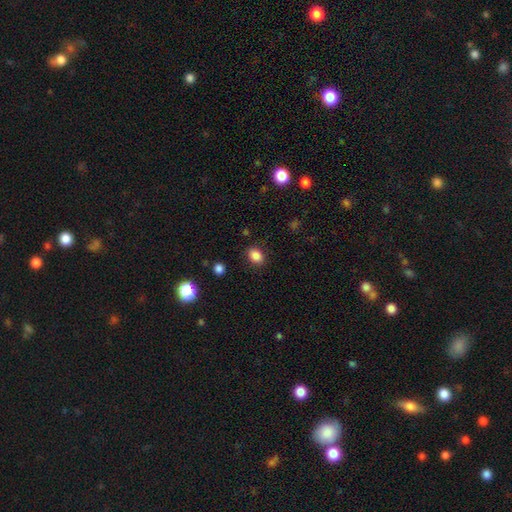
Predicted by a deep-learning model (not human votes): Smooth or featured?
  - smooth: 86% *
  - star or artifact: 10%
  - featured or disk: 4%
How rounded?
  - in between: 69% *
  - round: 30%
  - cigar-shaped: 1%
Merging?
  - none: 86% *
  - minor disturbance: 10%
  - major disturbance: 3%
  - merger: 1%